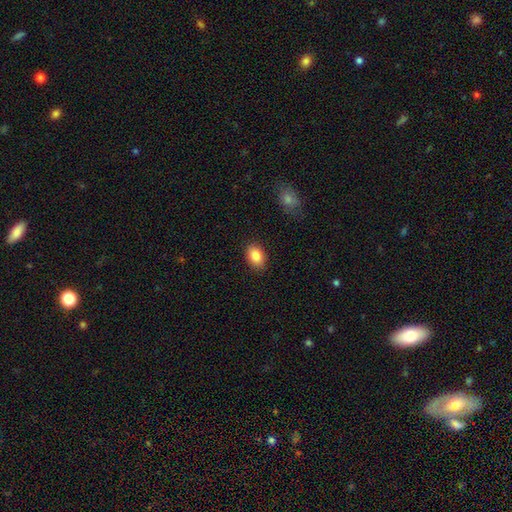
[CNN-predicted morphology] Smooth or featured?
  - smooth: 87% *
  - star or artifact: 8%
  - featured or disk: 5%
How rounded?
  - in between: 81% *
  - round: 17%
  - cigar-shaped: 1%
Merging?
  - none: 87% *
  - minor disturbance: 9%
  - major disturbance: 2%
  - merger: 1%